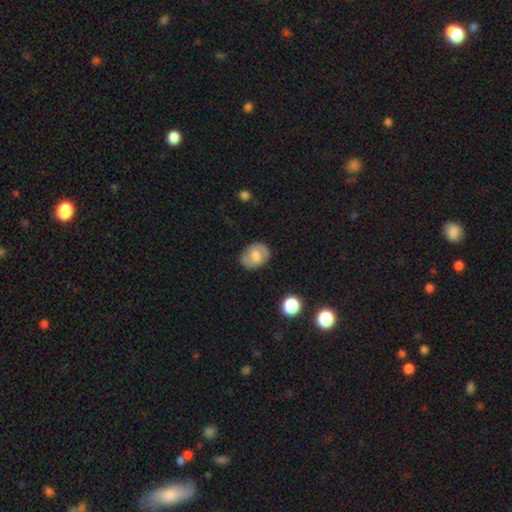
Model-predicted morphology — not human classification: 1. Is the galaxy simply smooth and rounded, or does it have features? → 47% smooth, 46% featured or disk, 7% star or artifact.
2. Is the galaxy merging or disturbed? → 79% none, 15% minor disturbance, 4% major disturbance, 1% merger.